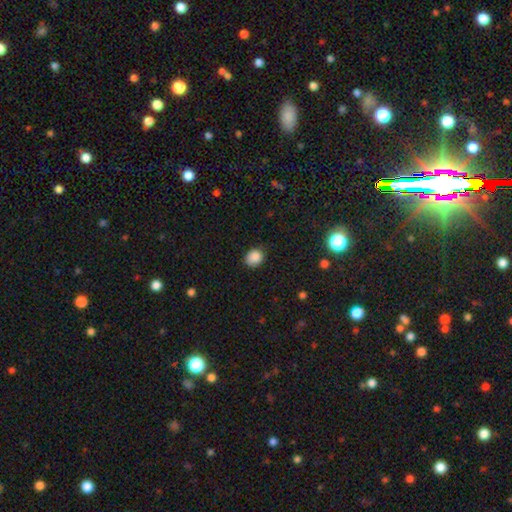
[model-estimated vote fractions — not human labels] Smooth or featured? Predicted: smooth (p=0.86). How rounded? Predicted: round (p=0.62). Merging? Predicted: none (p=0.79).